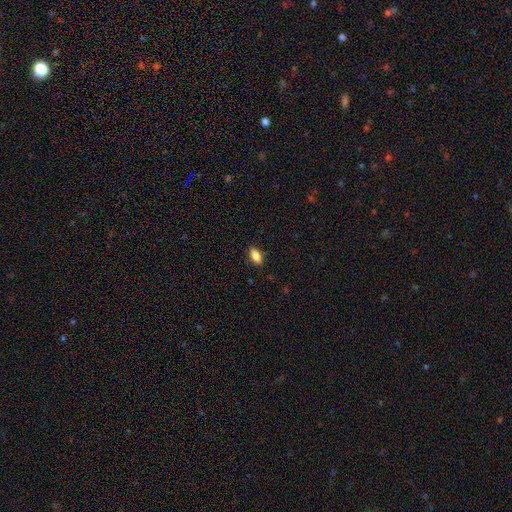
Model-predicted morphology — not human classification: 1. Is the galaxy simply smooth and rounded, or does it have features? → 86% smooth, 8% star or artifact, 6% featured or disk.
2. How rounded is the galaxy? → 87% in between, 10% cigar-shaped, 3% round.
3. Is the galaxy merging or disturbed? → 87% none, 10% minor disturbance, 2% major disturbance, 1% merger.